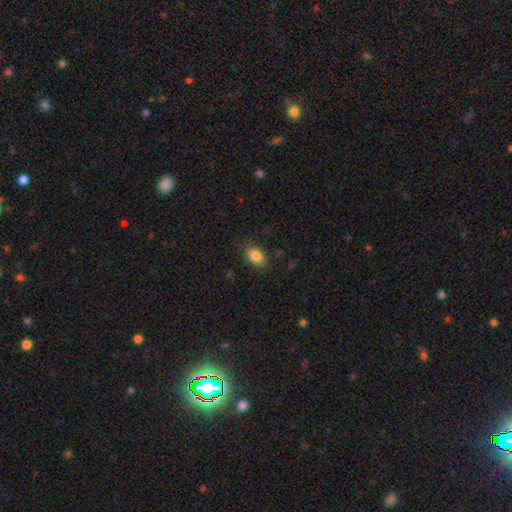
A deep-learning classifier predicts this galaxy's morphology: smooth-or-featured: smooth: 85% | star or artifact: 8% | featured or disk: 7%
  how-rounded: in between: 83% | round: 16% | cigar-shaped: 1%
  merging: none: 79% | minor disturbance: 16% | major disturbance: 4% | merger: 1%